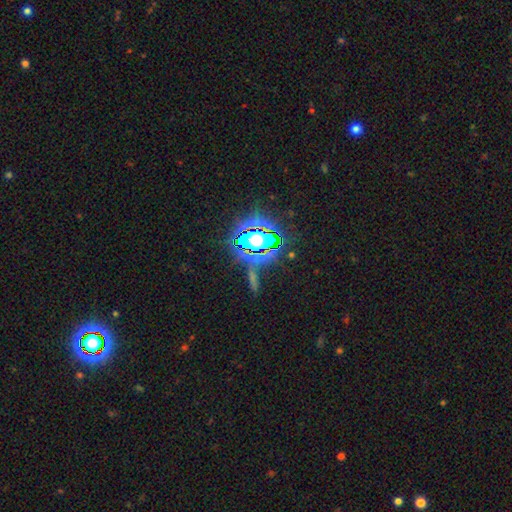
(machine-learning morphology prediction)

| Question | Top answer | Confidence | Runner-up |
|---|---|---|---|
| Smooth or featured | star or artifact | 80% | smooth (11%) |